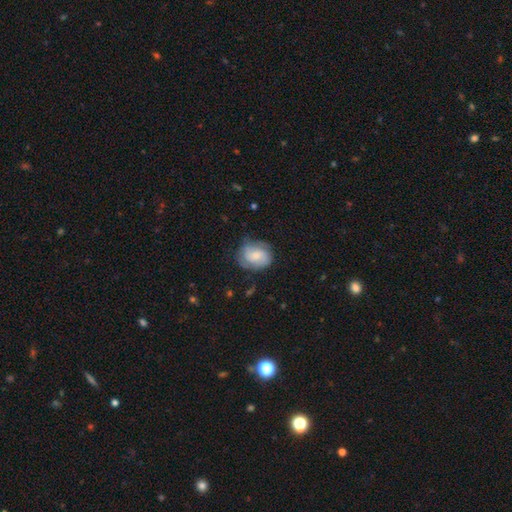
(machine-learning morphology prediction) Smooth or featured: smooth — 57% (featured or disk — 36%)
How rounded: round — 53% (in between — 46%)
Merging: none — 65% (minor disturbance — 25%)